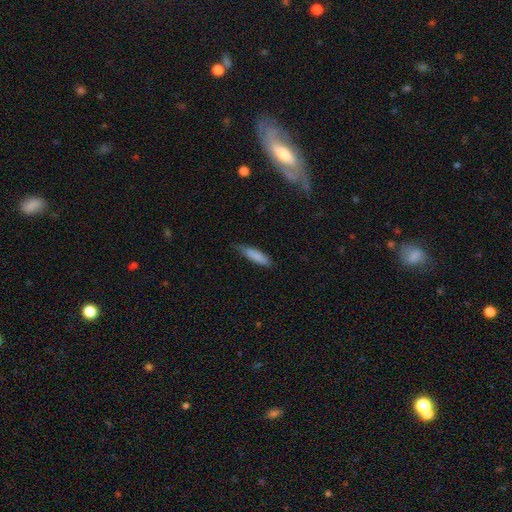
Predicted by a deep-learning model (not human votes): smooth-or-featured: smooth: 84% | featured or disk: 10% | star or artifact: 6%
  how-rounded: cigar-shaped: 69% | in between: 29% | round: 1%
  merging: none: 68% | minor disturbance: 26% | major disturbance: 4% | merger: 1%